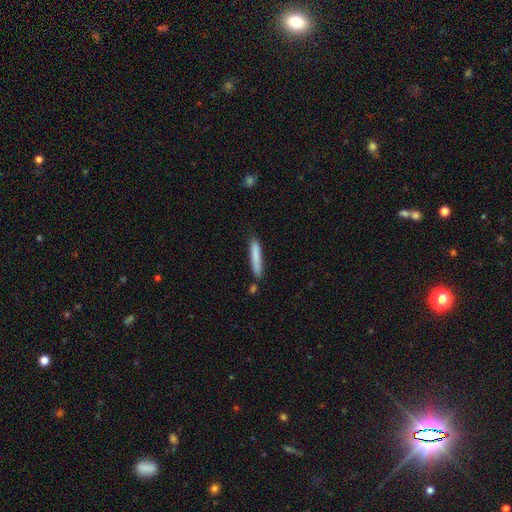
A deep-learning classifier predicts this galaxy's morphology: Smooth or featured? Predicted: smooth (p=0.81). How rounded? Predicted: cigar-shaped (p=0.93). Merging? Predicted: none (p=0.78).